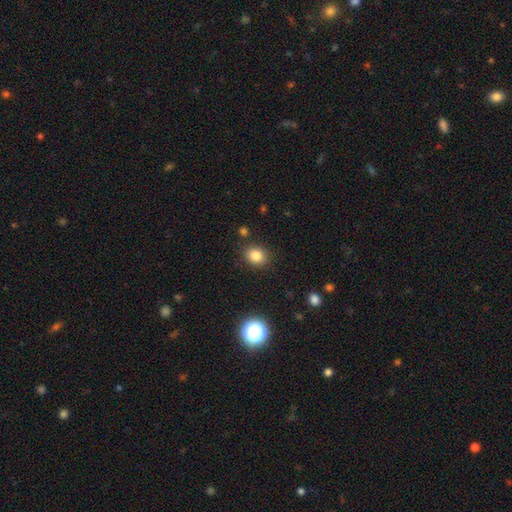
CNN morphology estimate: type=smooth (83%); roundness=round (60%); merging=none (86%).